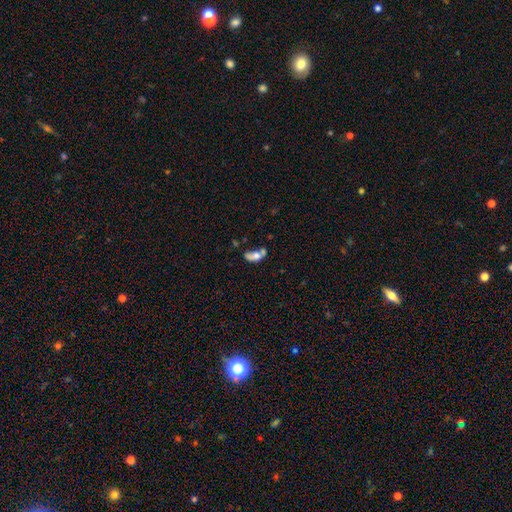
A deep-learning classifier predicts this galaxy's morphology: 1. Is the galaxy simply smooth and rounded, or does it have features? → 62% smooth, 28% featured or disk, 10% star or artifact.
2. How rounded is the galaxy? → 82% in between, 9% cigar-shaped, 9% round.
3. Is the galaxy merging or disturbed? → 42% merger, 23% none, 17% minor disturbance, 17% major disturbance.